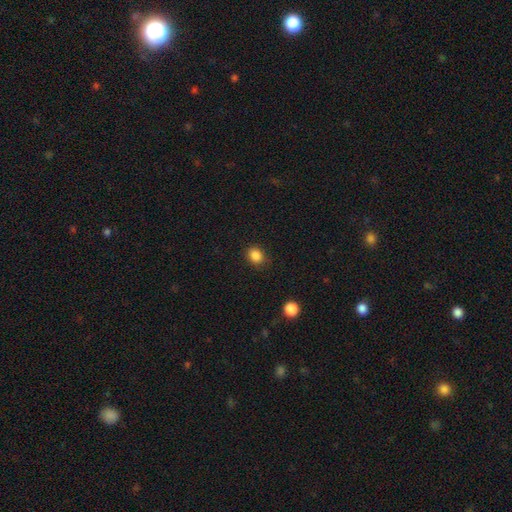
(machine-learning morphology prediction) A smooth galaxy with no disk features (86%) that is round (57%). Merging: none (86%).